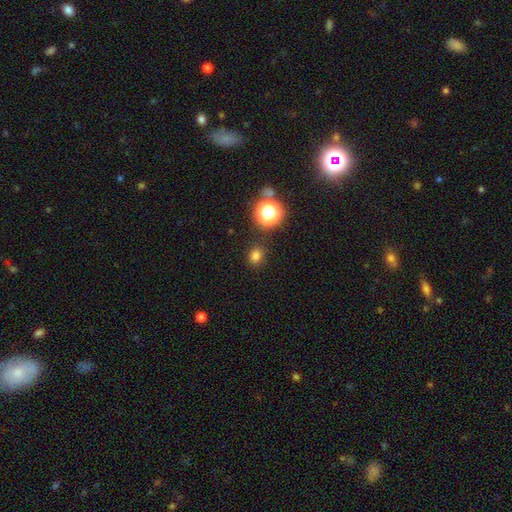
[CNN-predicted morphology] This is likely a smooth galaxy (76%). How rounded: likely round (75%). Merging: clearly none (87%).